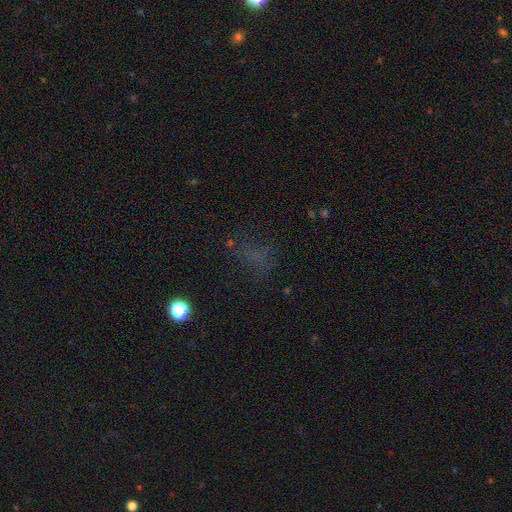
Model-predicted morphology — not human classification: Smooth or featured? Predicted: smooth (p=0.41). Merging? Predicted: none (p=0.58).